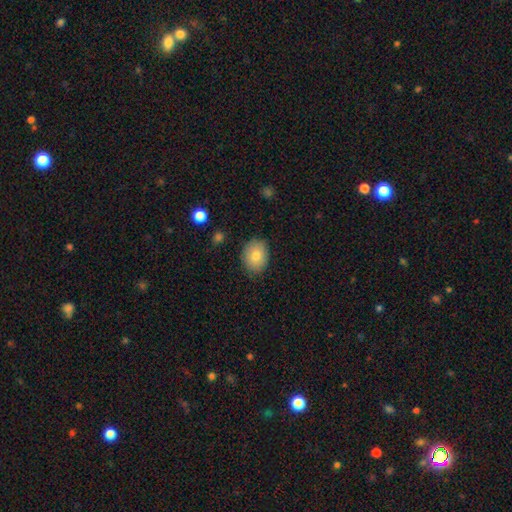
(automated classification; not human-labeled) Morphology: type=smooth (79%); roundness=in between (54%); merging=none (85%).